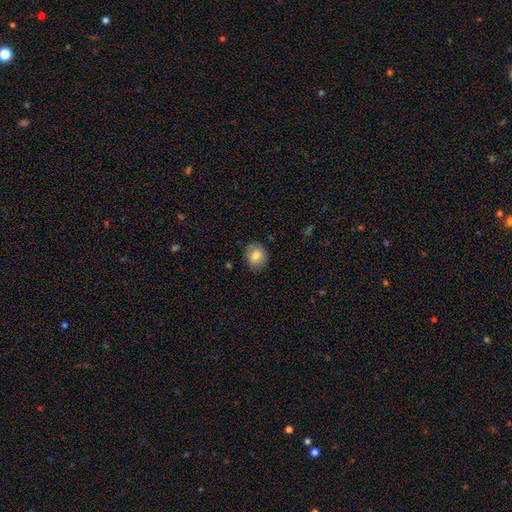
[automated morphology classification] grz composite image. It shows a smooth galaxy with no disk features (79%) that is round (63%). Merging: none (83%).